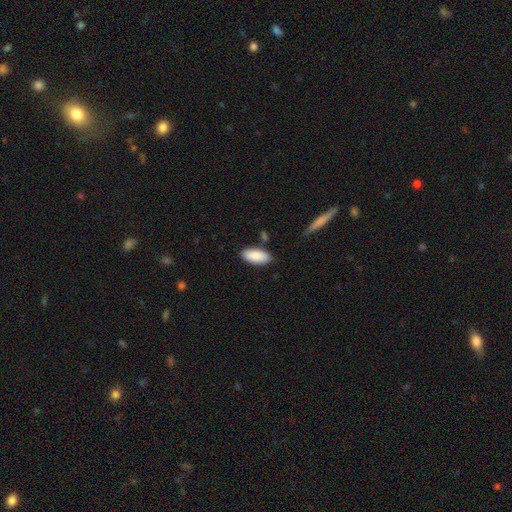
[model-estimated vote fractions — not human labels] Q: Smooth or featured?
A: smooth (89%); runner-up: star or artifact (6%)
Q: How rounded?
A: in between (89%); runner-up: cigar-shaped (9%)
Q: Merging?
A: none (82%); runner-up: minor disturbance (11%)